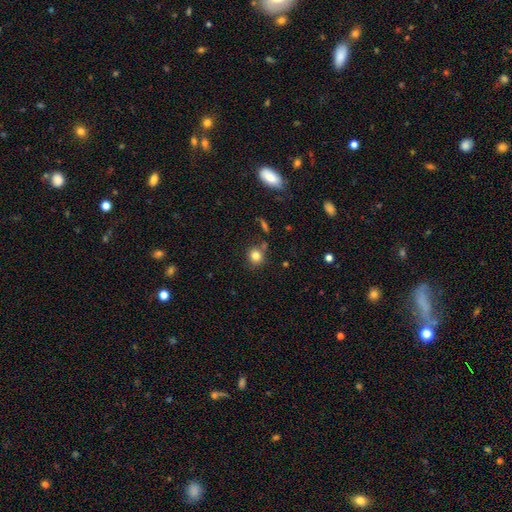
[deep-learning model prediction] Overall: smooth (81%). How rounded: round (82%). Merging: none (74%).